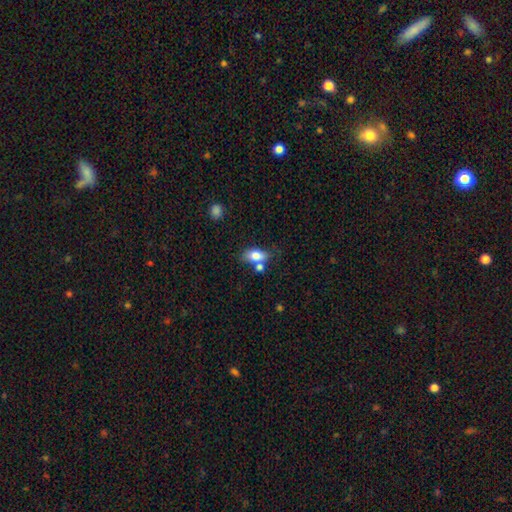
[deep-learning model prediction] Overall: smooth (78%). How rounded: in between (87%). Merging: none (55%; merger 25%).